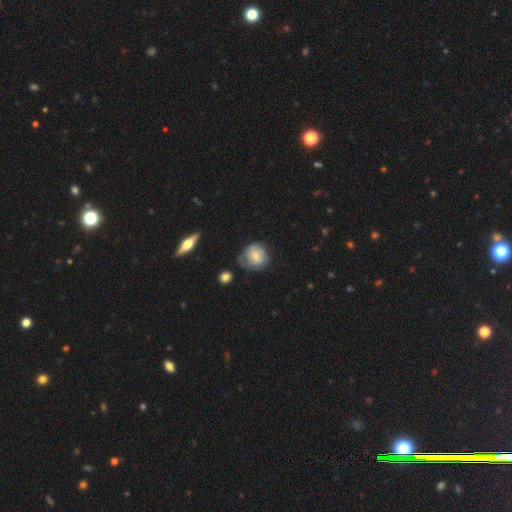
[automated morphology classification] Smooth or featured: smooth — 56% (featured or disk — 37%)
How rounded: round — 79% (in between — 20%)
Merging: none — 54% (minor disturbance — 31%)